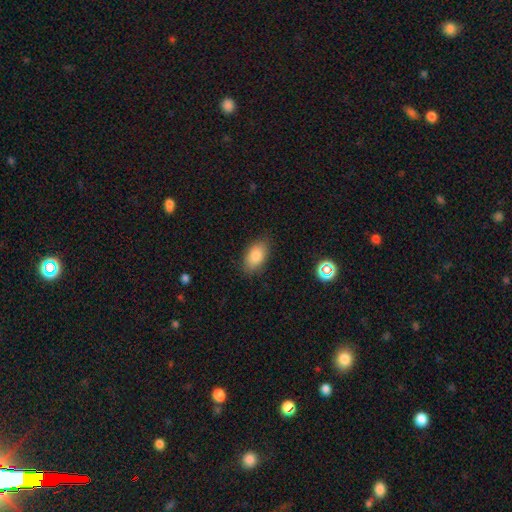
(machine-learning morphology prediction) Q: Smooth or featured?
A: smooth (85%); runner-up: star or artifact (8%)
Q: How rounded?
A: in between (92%); runner-up: round (6%)
Q: Merging?
A: none (84%); runner-up: minor disturbance (12%)